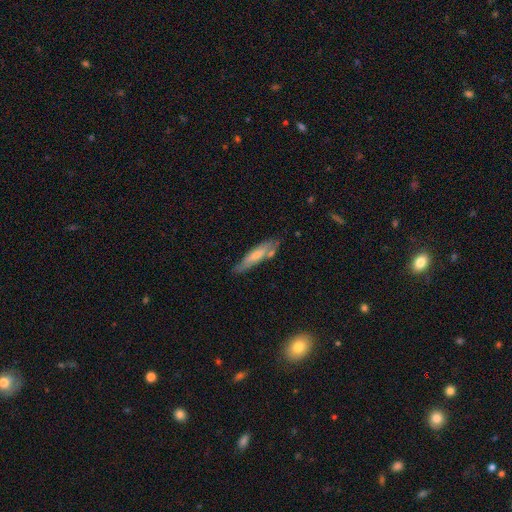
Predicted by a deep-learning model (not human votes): smooth 51%, featured or disk 43%, star or artifact 6%. Down the decision tree: how rounded — cigar-shaped (75%); merging — none (67%).